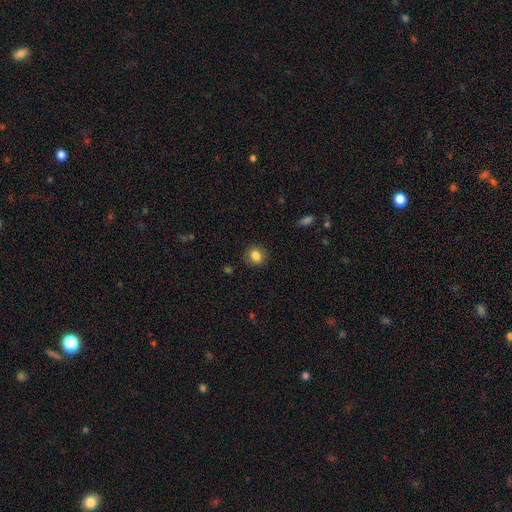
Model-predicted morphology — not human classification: A smooth galaxy with no disk features (84%) that is round (73%). Merging: none (87%).